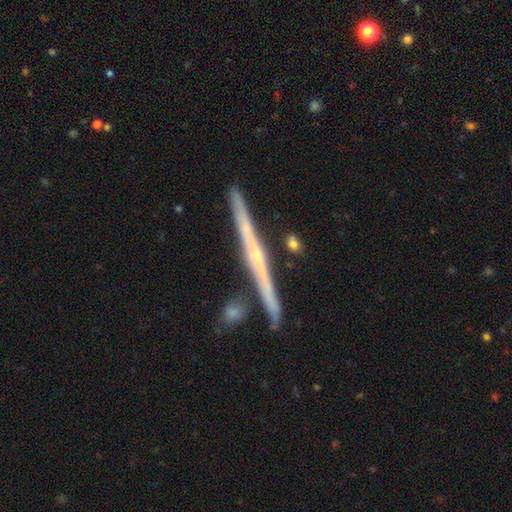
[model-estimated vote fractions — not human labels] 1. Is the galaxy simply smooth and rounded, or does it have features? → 79% featured or disk, 16% smooth, 6% star or artifact.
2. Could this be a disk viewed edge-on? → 98% yes, 2% no.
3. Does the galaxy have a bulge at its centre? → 55% rounded, 40% none, 5% boxy.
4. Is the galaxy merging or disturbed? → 85% none, 8% minor disturbance, 5% merger, 2% major disturbance.